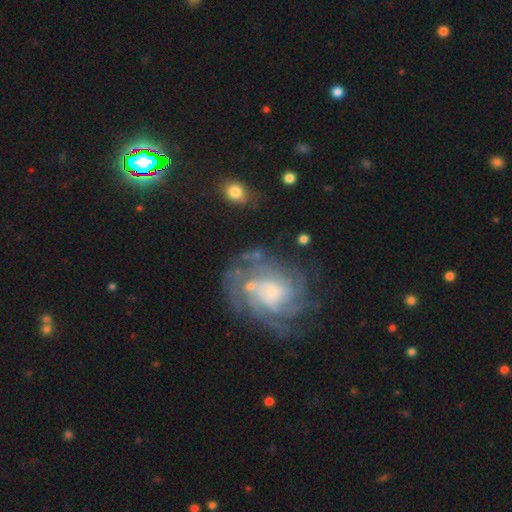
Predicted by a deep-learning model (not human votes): A featured or disk galaxy (79%) with no bar (71%), tight (58%) spiral arms (92%) and a small central bulge (56%).

Vote fractions:
- Smooth or featured? featured or disk: 79% / smooth: 12% / star or artifact: 9%
- Edge-on disk? no: 97% / yes: 3%
- Bar? no: 71% / weak: 24% / strong: 5%
- Spiral arms? yes: 92% / no: 8%
- Spiral winding? tight: 58% / medium: 32% / loose: 10%
- Spiral arm count? can't tell: 36% / 4: 19% / 3: 16% / more than 4: 11% / 2: 10% / 1: 7%
- Bulge size? small: 56% / moderate: 25% / large: 9% / none: 8% / dominant: 2%
- Merging? none: 65% / minor disturbance: 18% / major disturbance: 13% / merger: 5%